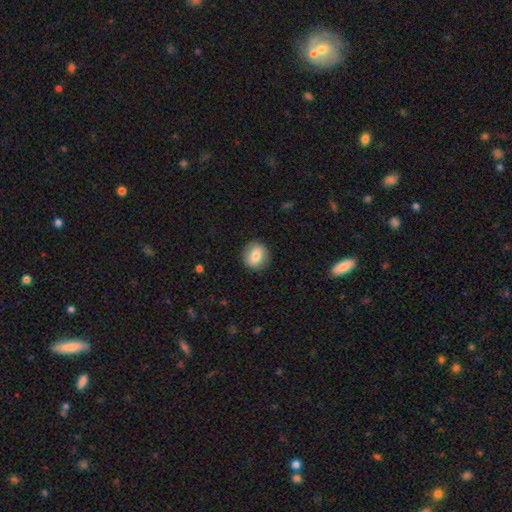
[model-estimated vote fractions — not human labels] Smooth or featured?
  - smooth: 78% *
  - featured or disk: 14%
  - star or artifact: 8%
How rounded?
  - round: 75% *
  - in between: 23%
  - cigar-shaped: 1%
Merging?
  - none: 88% *
  - minor disturbance: 8%
  - major disturbance: 2%
  - merger: 1%